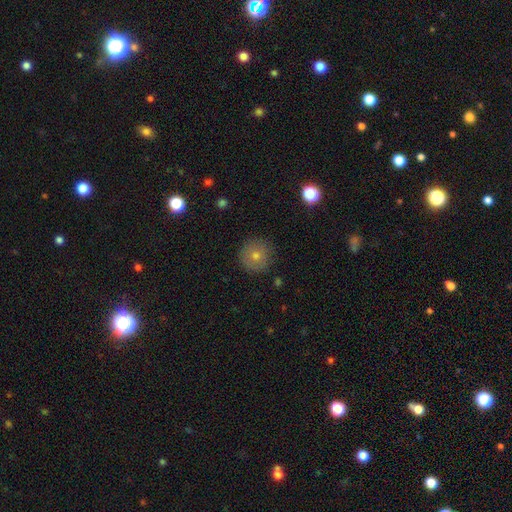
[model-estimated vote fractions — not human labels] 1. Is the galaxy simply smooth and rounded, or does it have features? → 70% smooth, 18% featured or disk, 13% star or artifact.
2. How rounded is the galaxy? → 95% round, 4% in between, 1% cigar-shaped.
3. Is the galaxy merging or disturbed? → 89% none, 8% minor disturbance, 2% major disturbance, 1% merger.